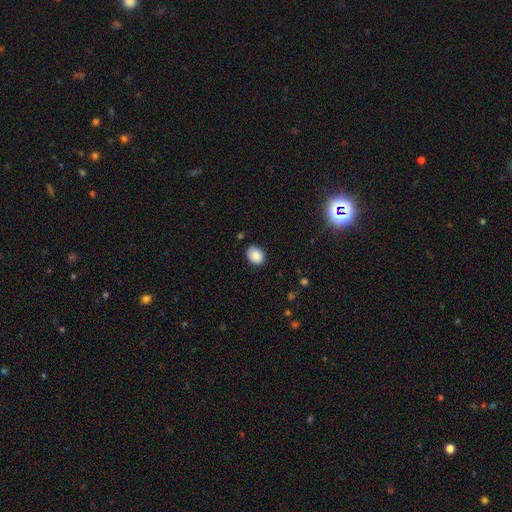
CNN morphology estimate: A smooth galaxy with no disk features (88%) that is in between round and cigar-shaped (66%). Merging: none (85%).